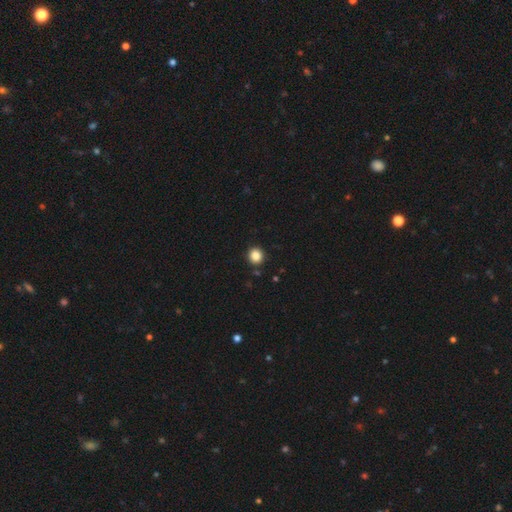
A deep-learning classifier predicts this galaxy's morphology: type=smooth (86%); roundness=round (92%); merging=none (92%).